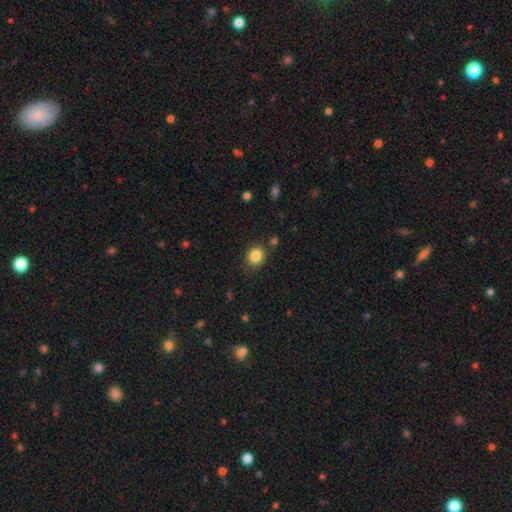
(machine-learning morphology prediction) Smooth or featured?
  - smooth: 85% *
  - star or artifact: 10%
  - featured or disk: 5%
How rounded?
  - round: 71% *
  - in between: 28%
  - cigar-shaped: 1%
Merging?
  - none: 80% *
  - minor disturbance: 13%
  - major disturbance: 4%
  - merger: 3%